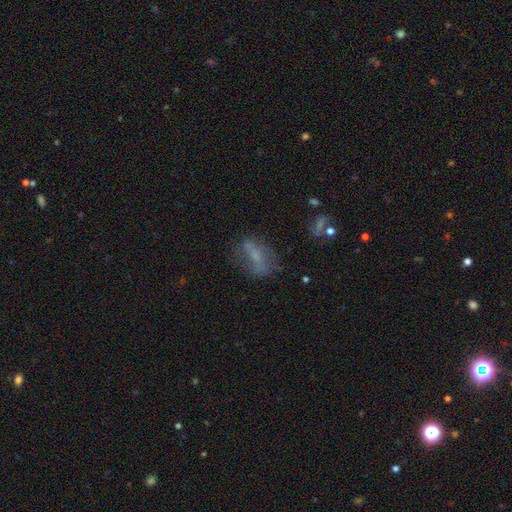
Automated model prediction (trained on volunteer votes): smooth_or_featured: smooth (p=0.44) [alt: featured or disk p=0.40]
merging: none (p=0.52) [alt: minor disturbance p=0.24]